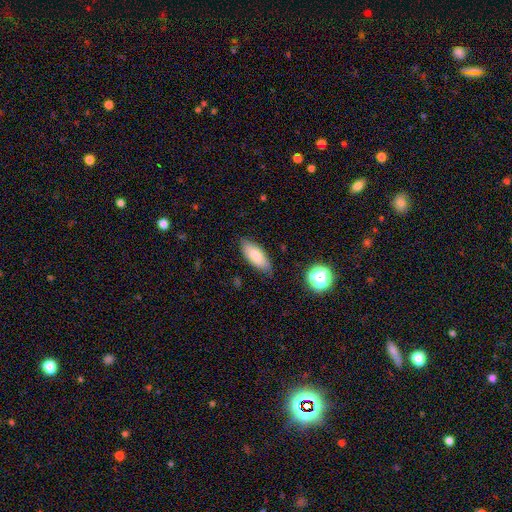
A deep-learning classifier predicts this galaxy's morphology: The model was most divided on "merging": none: 77%, minor disturbance: 18%, major disturbance: 3%, merger: 2%. More confident: how rounded — in between (79%); smooth or featured — smooth (78%).